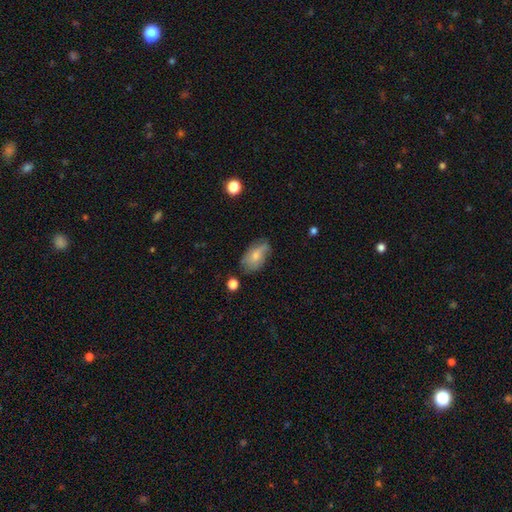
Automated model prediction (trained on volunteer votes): Morphology: type=smooth (64%); roundness=in between (90%); merging=none (54%).